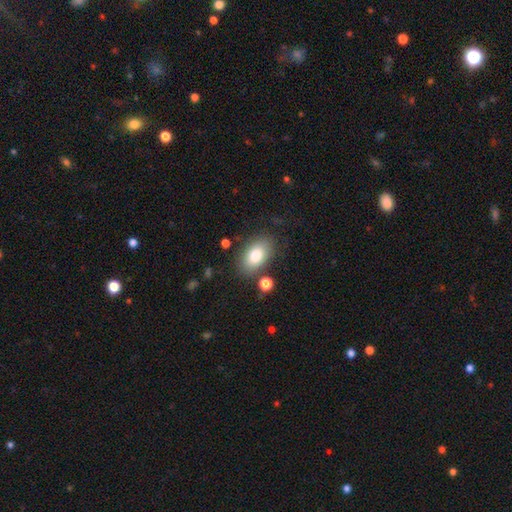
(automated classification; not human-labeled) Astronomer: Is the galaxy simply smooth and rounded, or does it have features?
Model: smooth — 80%.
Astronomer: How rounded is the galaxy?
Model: in between — 90%.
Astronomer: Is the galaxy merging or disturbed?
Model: none — 79%.